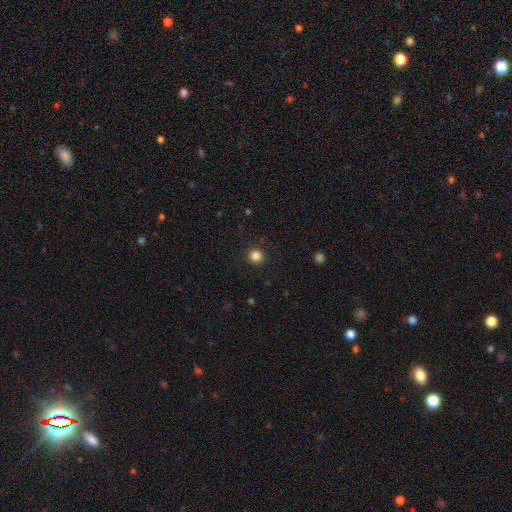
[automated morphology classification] Overall: smooth (84%). How rounded: round (94%). Merging: none (91%).